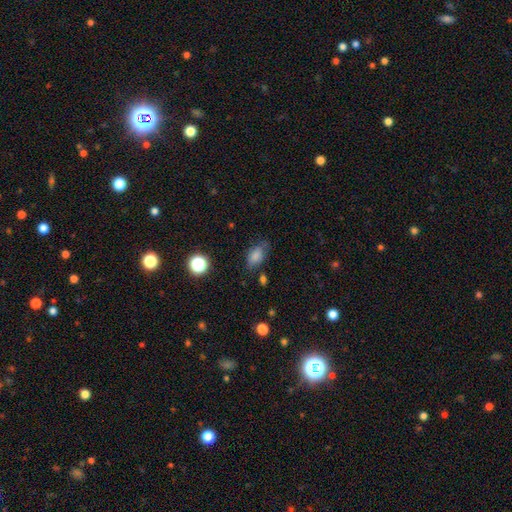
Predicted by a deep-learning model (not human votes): smooth-or-featured: smooth: 78% | star or artifact: 12% | featured or disk: 10%
  how-rounded: in between: 85% | round: 12% | cigar-shaped: 3%
  merging: none: 60% | minor disturbance: 28% | major disturbance: 9% | merger: 3%